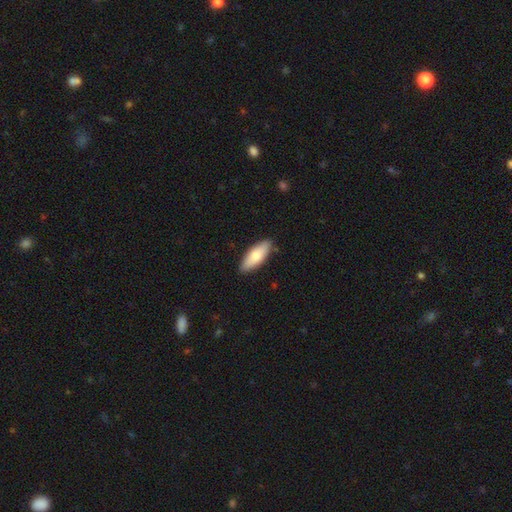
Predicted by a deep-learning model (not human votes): A smooth galaxy with no disk features (76%) that is in between round and cigar-shaped (73%). Merging: none (86%).